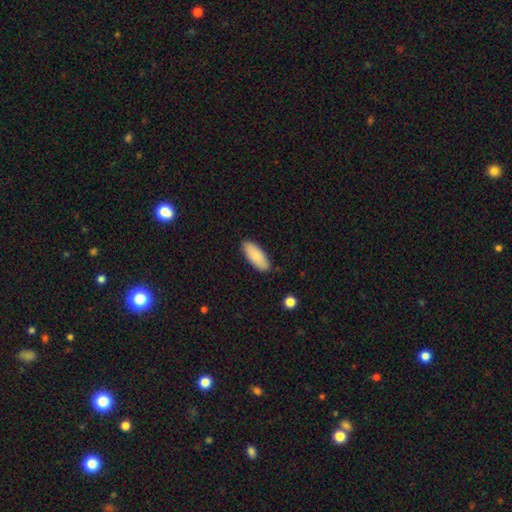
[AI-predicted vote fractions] Q: Smooth or featured?
A: smooth (88%); runner-up: featured or disk (6%)
Q: How rounded?
A: in between (79%); runner-up: cigar-shaped (19%)
Q: Merging?
A: none (86%); runner-up: minor disturbance (10%)